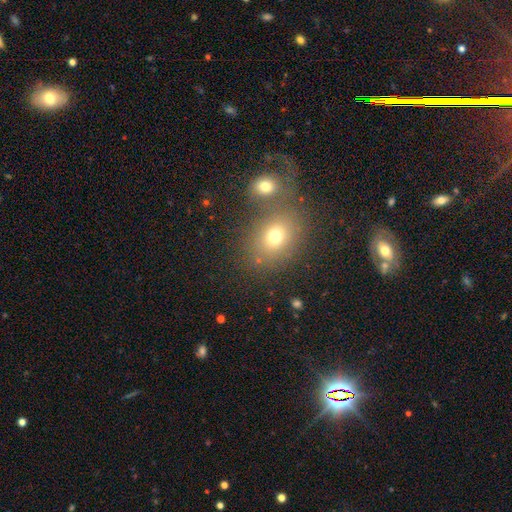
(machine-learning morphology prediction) Q: Smooth or featured?
A: smooth (58%); runner-up: star or artifact (25%)
Q: How rounded?
A: in between (51%); runner-up: round (48%)
Q: Merging?
A: none (60%); runner-up: merger (23%)